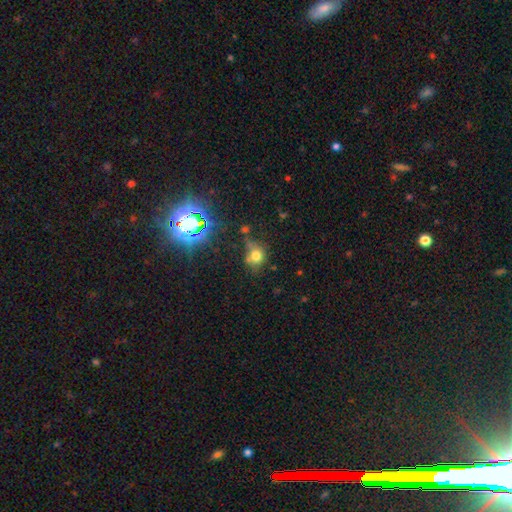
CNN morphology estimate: smooth-or-featured: smooth: 68% | star or artifact: 21% | featured or disk: 11%
  how-rounded: round: 69% | in between: 29% | cigar-shaped: 1%
  merging: none: 50% | minor disturbance: 24% | merger: 14% | major disturbance: 13%